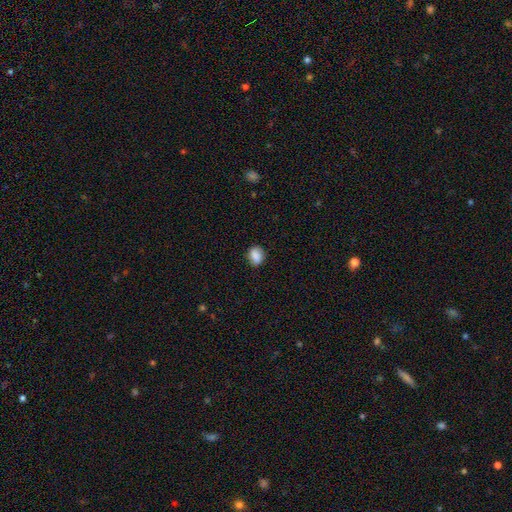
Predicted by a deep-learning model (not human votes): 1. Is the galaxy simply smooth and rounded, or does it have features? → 86% smooth, 8% star or artifact, 6% featured or disk.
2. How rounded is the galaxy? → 59% in between, 40% round, 2% cigar-shaped.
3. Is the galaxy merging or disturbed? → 83% none, 13% minor disturbance, 3% major disturbance, 1% merger.